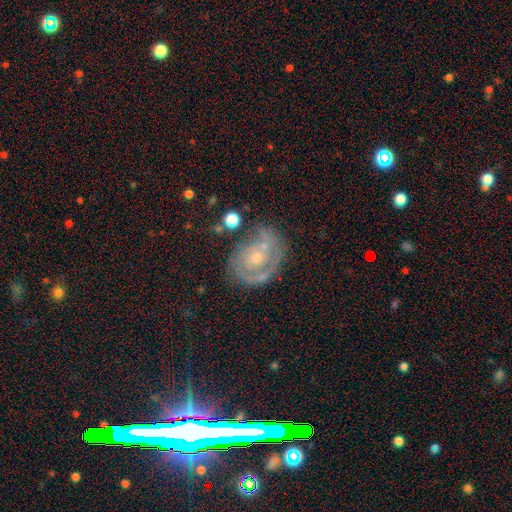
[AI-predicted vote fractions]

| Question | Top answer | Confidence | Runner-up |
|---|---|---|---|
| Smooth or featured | featured or disk | 70% | smooth (16%) |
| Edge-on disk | no | 97% | yes (3%) |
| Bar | no | 68% | weak (25%) |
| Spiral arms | yes | 82% | no (18%) |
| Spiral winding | tight | 60% | medium (30%) |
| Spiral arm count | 2 | 44% | can't tell (30%) |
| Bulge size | small | 57% | moderate (37%) |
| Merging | none | 66% | minor disturbance (20%) |